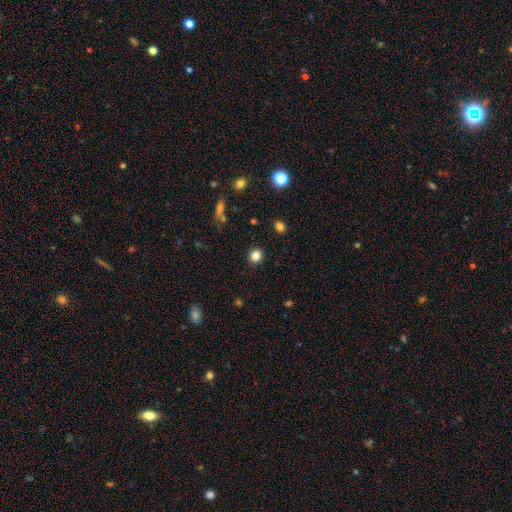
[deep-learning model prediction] Smooth or featured? Predicted: smooth (p=0.83). How rounded? Predicted: round (p=0.83). Merging? Predicted: none (p=0.90).